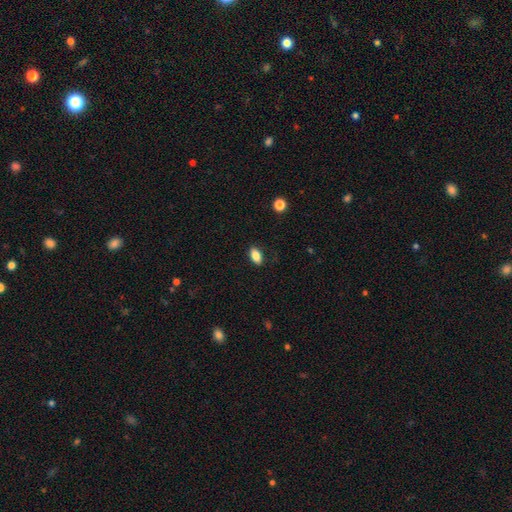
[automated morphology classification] smooth_or_featured: smooth (p=0.84) [alt: star or artifact p=0.08]
how_rounded: in between (p=0.89) [alt: round p=0.06]
merging: none (p=0.87) [alt: minor disturbance p=0.09]